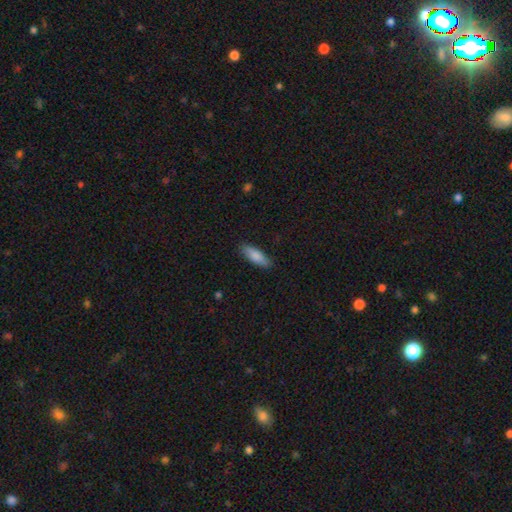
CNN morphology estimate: smooth 85%, featured or disk 10%, star or artifact 6%. Down the decision tree: how rounded — in between (62%); merging — none (86%).